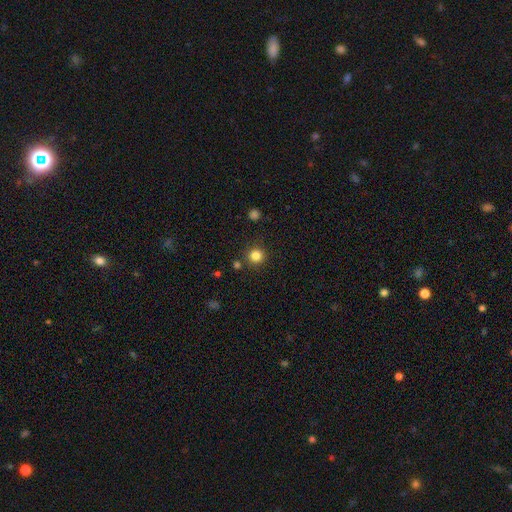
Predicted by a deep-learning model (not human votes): Smooth or featured? smooth (83%)
How rounded? round (94%)
Merging? none (88%)